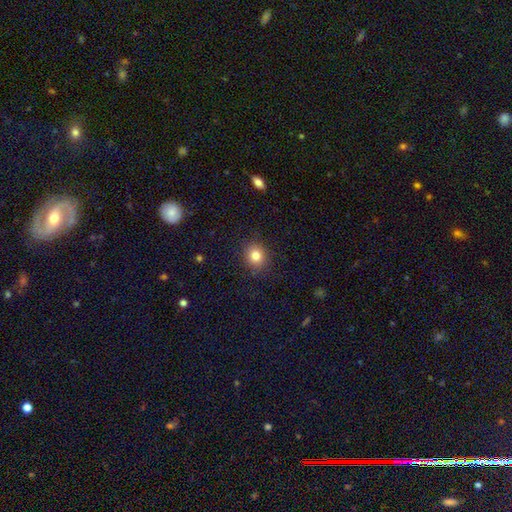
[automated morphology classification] Smooth or featured?
  - smooth: 82% *
  - star or artifact: 11%
  - featured or disk: 6%
How rounded?
  - round: 77% *
  - in between: 22%
  - cigar-shaped: 1%
Merging?
  - none: 89% *
  - minor disturbance: 7%
  - major disturbance: 2%
  - merger: 1%